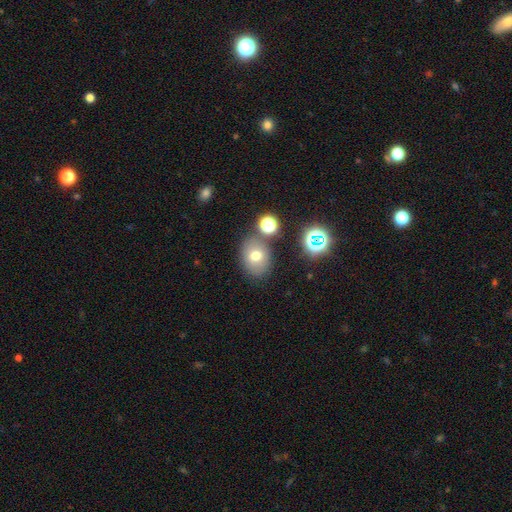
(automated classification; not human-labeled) Overall: smooth (71%). How rounded: in between (53%; round 46%). Merging: none (74%).